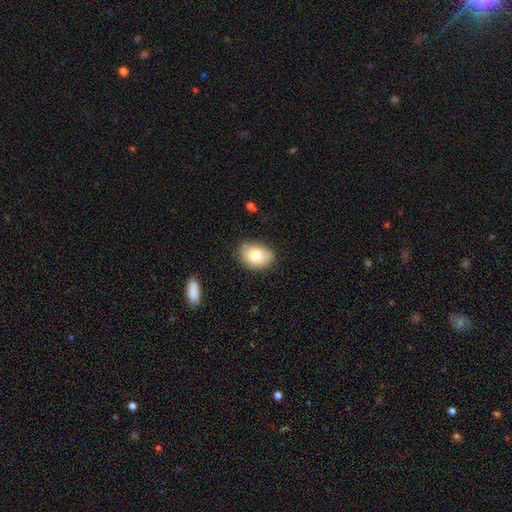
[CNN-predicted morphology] Smooth or featured? Predicted: smooth (p=0.78). How rounded? Predicted: in between (p=0.69). Merging? Predicted: none (p=0.81).